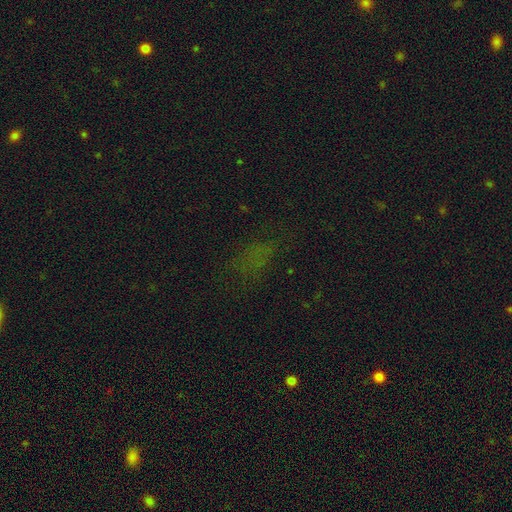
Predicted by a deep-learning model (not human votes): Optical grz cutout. It shows a star or artifact, not a galaxy (46%).